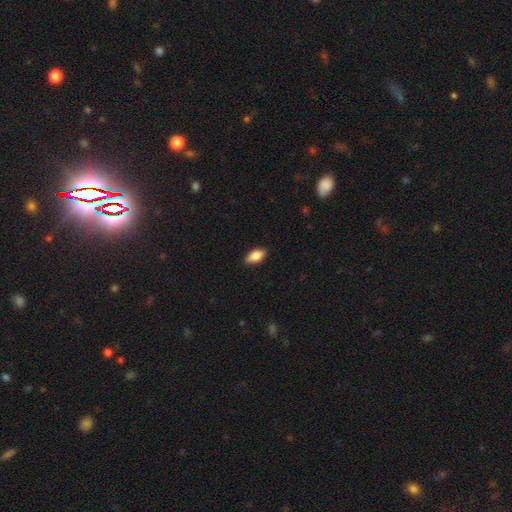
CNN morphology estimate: Smooth or featured: smooth — 82% (featured or disk — 12%)
How rounded: in between — 88% (cigar-shaped — 8%)
Merging: none — 87% (minor disturbance — 10%)